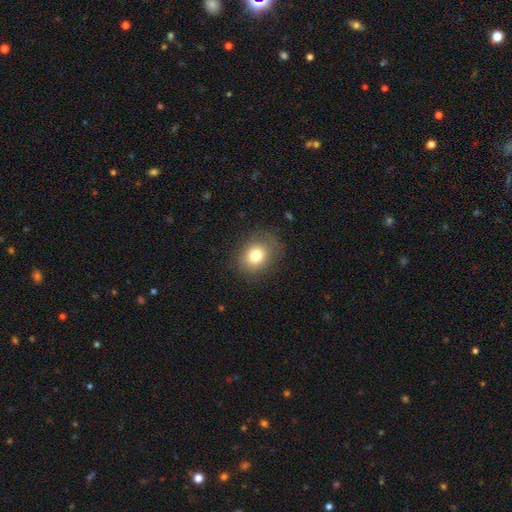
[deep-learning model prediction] Smooth or featured? smooth (78%)
How rounded? round (56%)
Merging? none (81%)